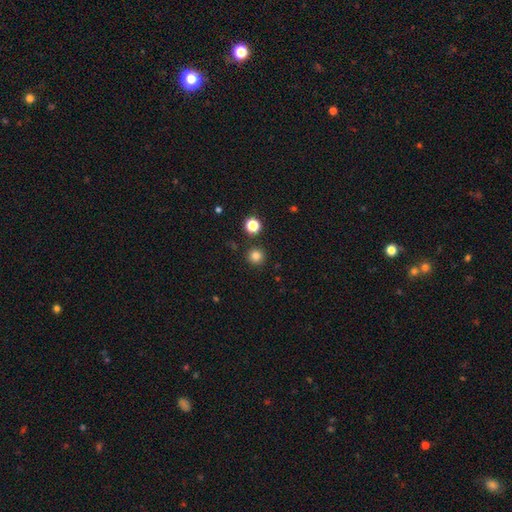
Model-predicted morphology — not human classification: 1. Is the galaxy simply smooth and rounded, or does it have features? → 81% smooth, 14% star or artifact, 5% featured or disk.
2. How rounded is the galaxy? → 96% round, 4% in between, 1% cigar-shaped.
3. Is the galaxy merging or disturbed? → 90% none, 5% minor disturbance, 3% merger, 2% major disturbance.